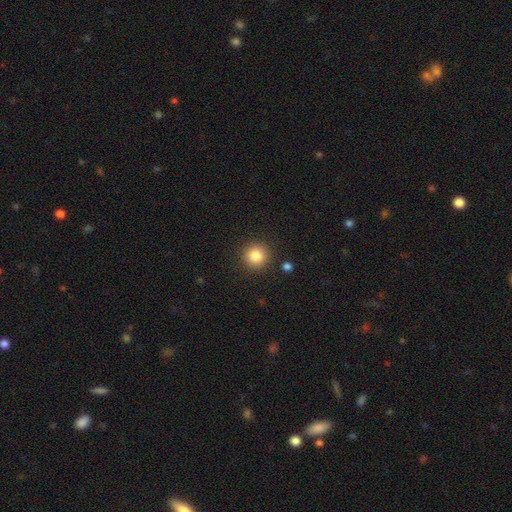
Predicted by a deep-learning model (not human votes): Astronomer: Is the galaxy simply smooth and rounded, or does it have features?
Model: smooth — 84%.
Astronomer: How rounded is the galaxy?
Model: round — 93%.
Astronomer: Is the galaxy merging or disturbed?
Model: none — 90%.